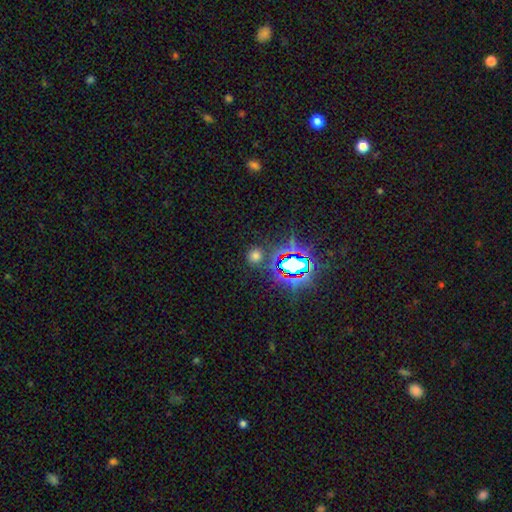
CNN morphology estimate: A smooth galaxy with no disk features (57%) that is round (86%).

Vote fractions:
- Smooth or featured? smooth: 57% / star or artifact: 37% / featured or disk: 6%
- How rounded? round: 86% / in between: 12% / cigar-shaped: 2%
- Merging? none: 84% / minor disturbance: 8% / merger: 5% / major disturbance: 3%